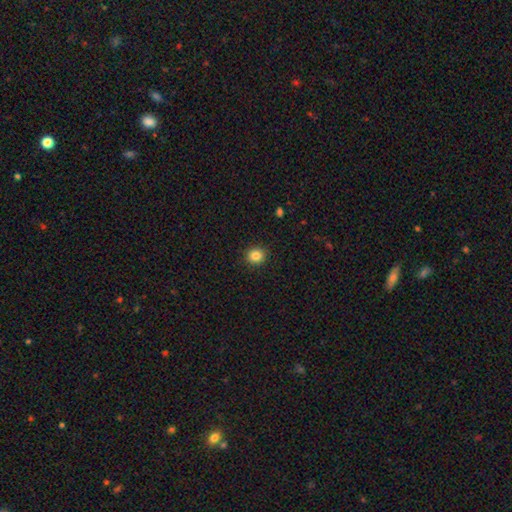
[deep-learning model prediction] A smooth galaxy with no disk features (84%) that is round (88%).

Vote fractions:
- Smooth or featured? smooth: 84% / star or artifact: 11% / featured or disk: 5%
- How rounded? round: 88% / in between: 11% / cigar-shaped: 1%
- Merging? none: 92% / minor disturbance: 6% / major disturbance: 2% / merger: 1%